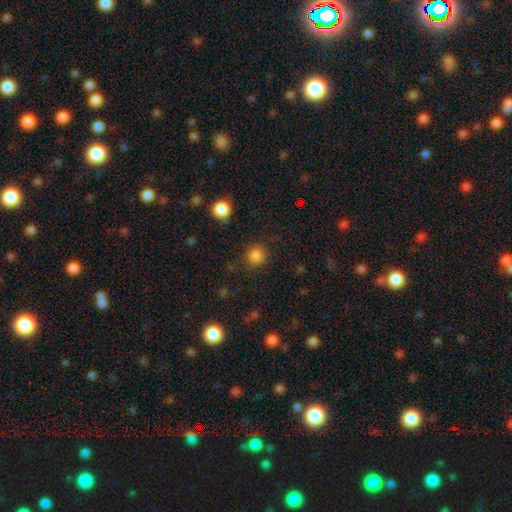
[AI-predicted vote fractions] Morphology: type=smooth (84%); roundness=round (90%); merging=none (86%).